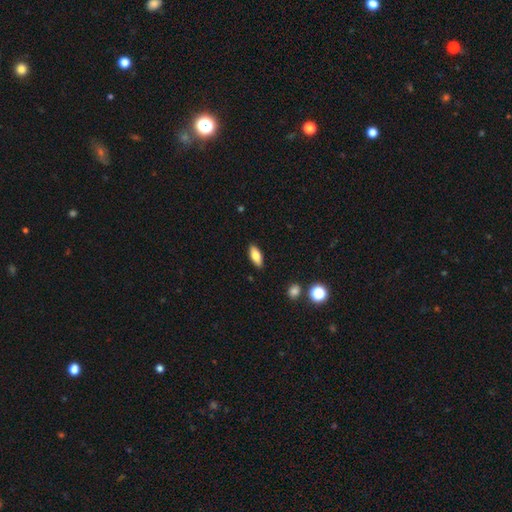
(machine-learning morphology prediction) Overall: smooth (75%). How rounded: in between (78%). Merging: none (88%).